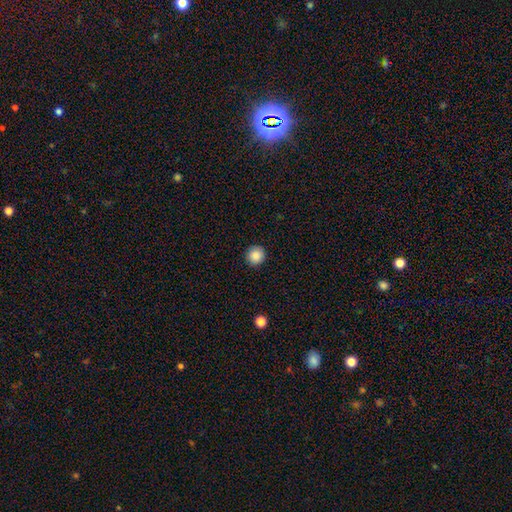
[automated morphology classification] Smooth or featured? Predicted: smooth (p=0.87). How rounded? Predicted: round (p=0.94). Merging? Predicted: none (p=0.92).